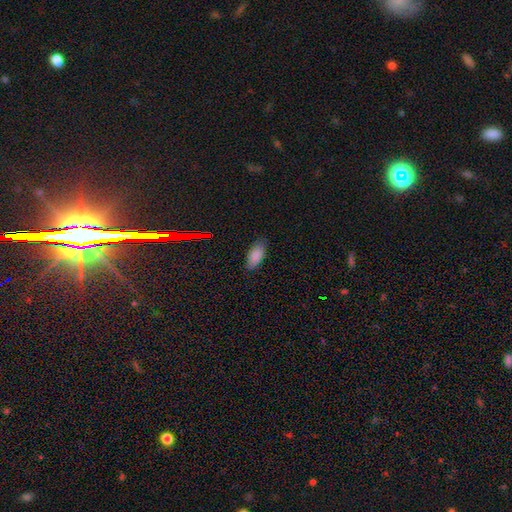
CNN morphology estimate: A smooth galaxy with no disk features (85%) that is in between round and cigar-shaped (89%).

Vote fractions:
- Smooth or featured? smooth: 85% / star or artifact: 9% / featured or disk: 6%
- How rounded? in between: 89% / cigar-shaped: 9% / round: 2%
- Merging? none: 81% / minor disturbance: 16% / major disturbance: 3% / merger: 1%